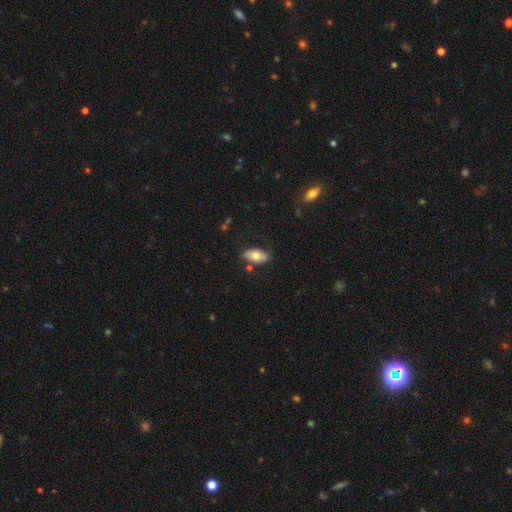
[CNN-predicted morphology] Q: Smooth or featured?
A: smooth (68%); runner-up: featured or disk (25%)
Q: How rounded?
A: in between (92%); runner-up: round (4%)
Q: Merging?
A: none (76%); runner-up: minor disturbance (16%)